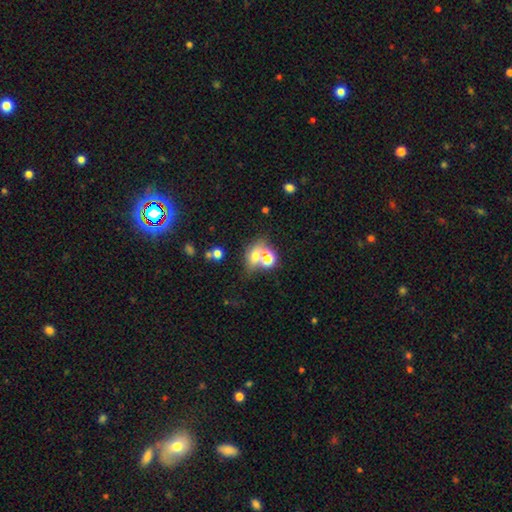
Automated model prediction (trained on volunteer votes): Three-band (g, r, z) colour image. It shows a smooth galaxy with no disk features (60%) that is in between round and cigar-shaped (57%). Merging: merger (50%).